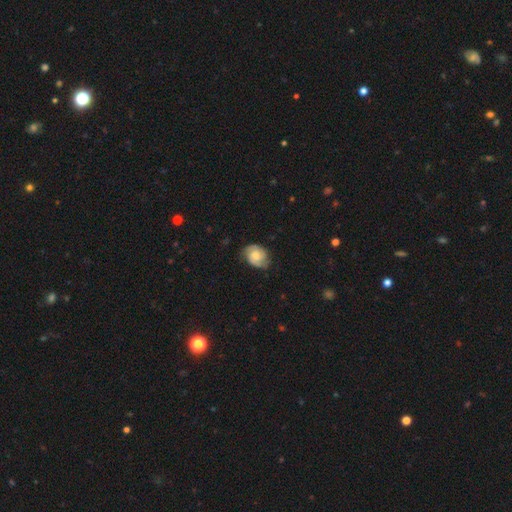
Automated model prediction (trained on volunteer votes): Smooth or featured?
  - featured or disk: 63% *
  - smooth: 30%
  - star or artifact: 7%
Edge-on disk?
  - no: 97% *
  - yes: 3%
Bar?
  - no: 70% *
  - weak: 26%
  - strong: 4%
Spiral arms?
  - yes: 92% *
  - no: 8%
Spiral winding?
  - tight: 44% *
  - medium: 41%
  - loose: 15%
Spiral arm count?
  - 2: 78% *
  - can't tell: 11%
  - 3: 5%
  - 1: 3%
  - 4: 1%
  - more than 4: 1%
Bulge size?
  - moderate: 48% *
  - small: 35%
  - large: 8%
  - none: 7%
  - dominant: 2%
Merging?
  - none: 69% *
  - minor disturbance: 23%
  - major disturbance: 7%
  - merger: 1%